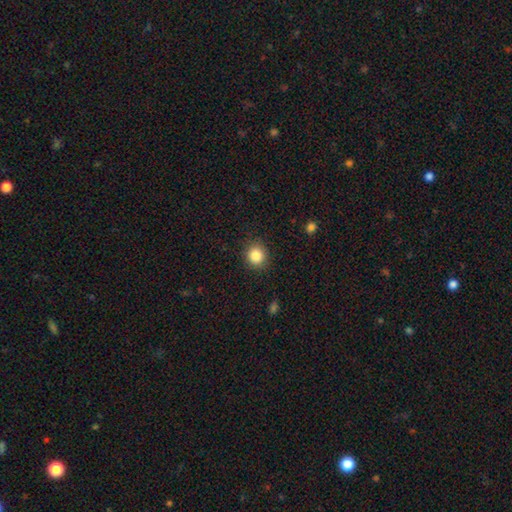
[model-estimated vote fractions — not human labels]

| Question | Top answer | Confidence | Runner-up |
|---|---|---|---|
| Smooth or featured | smooth | 85% | star or artifact (10%) |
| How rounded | round | 85% | in between (14%) |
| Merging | none | 89% | minor disturbance (8%) |